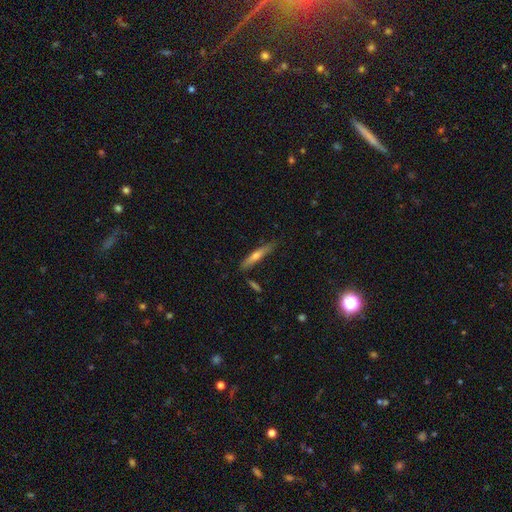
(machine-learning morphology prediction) Smooth or featured: featured or disk — 47% (smooth — 45%)
Merging: none — 82% (minor disturbance — 12%)